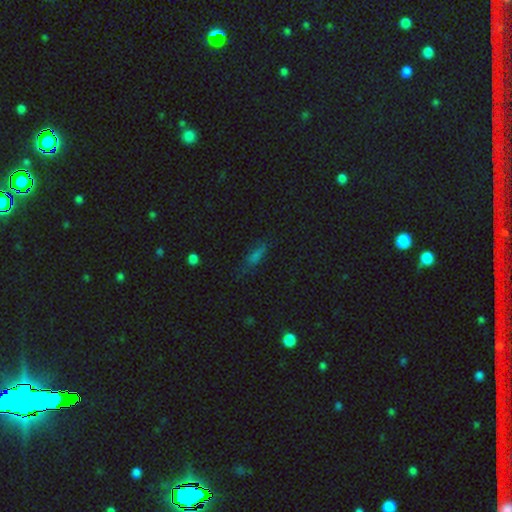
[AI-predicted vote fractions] Smooth or featured: smooth — 59% (star or artifact — 25%)
How rounded: cigar-shaped — 58% (in between — 36%)
Merging: none — 72% (minor disturbance — 19%)